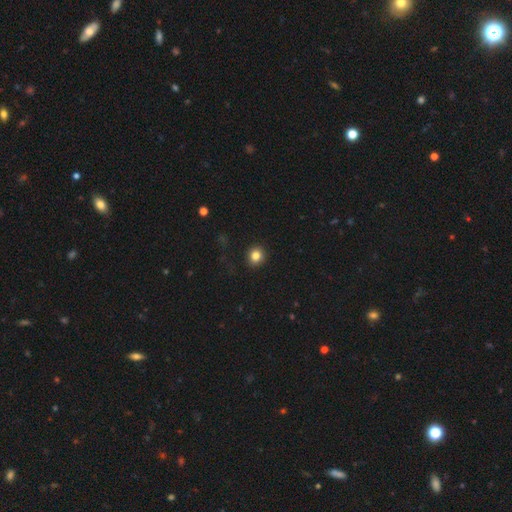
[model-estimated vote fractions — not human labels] smooth 83%, star or artifact 11%, featured or disk 6%. Down the decision tree: how rounded — round (87%); merging — none (89%).